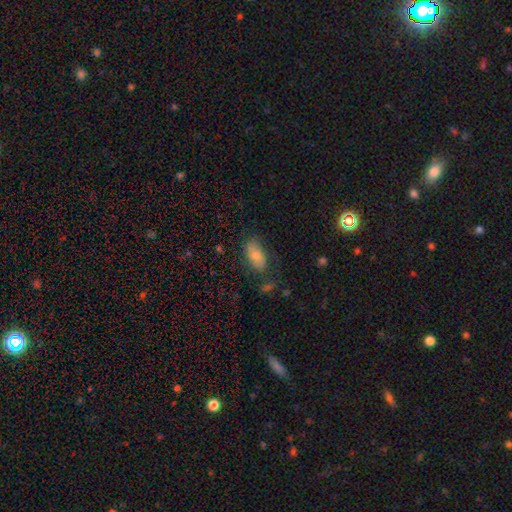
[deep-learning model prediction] Morphology: type=smooth (70%); roundness=in between (88%); merging=none (72%).